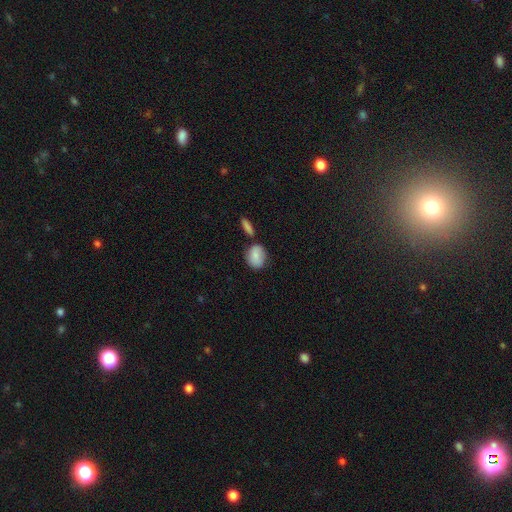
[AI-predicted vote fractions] Smooth or featured? smooth (83%)
How rounded? in between (59%)
Merging? none (64%)